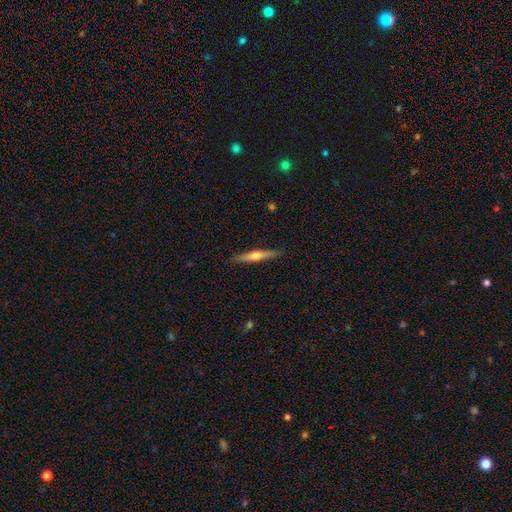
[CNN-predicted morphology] A featured or disk galaxy (53%) viewed edge-on (96%) with a rounded central bulge (85%). Merging: none (90%).